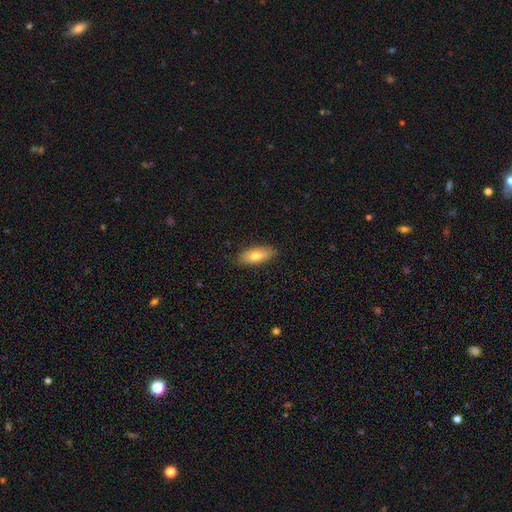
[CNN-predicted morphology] This is likely a smooth galaxy (73%). How rounded: likely in between (77%). Merging: clearly none (87%).